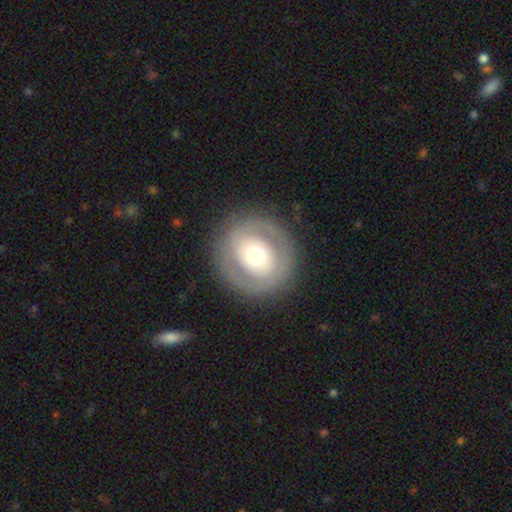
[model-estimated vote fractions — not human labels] The model was most divided on "smooth or featured": smooth: 47%, featured or disk: 45%, star or artifact: 8%. More confident: merging — none (84%).